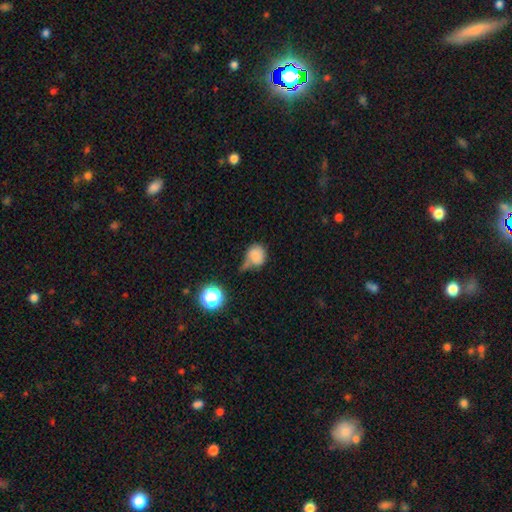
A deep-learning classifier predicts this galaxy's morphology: Q: Smooth or featured?
A: smooth (78%); runner-up: star or artifact (12%)
Q: How rounded?
A: round (69%); runner-up: in between (30%)
Q: Merging?
A: minor disturbance (32%); tied with: none (32%)